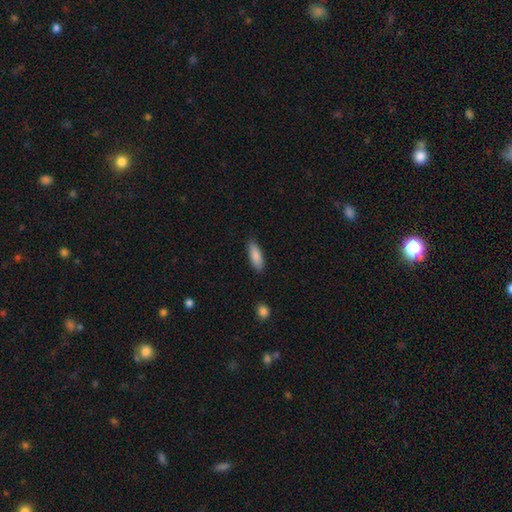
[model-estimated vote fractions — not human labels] Smooth or featured? smooth (87%)
How rounded? in between (66%)
Merging? none (83%)